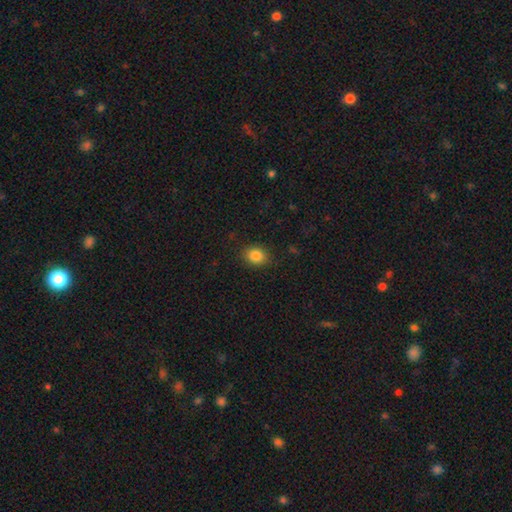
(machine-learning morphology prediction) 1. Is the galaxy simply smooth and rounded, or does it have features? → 85% smooth, 10% star or artifact, 5% featured or disk.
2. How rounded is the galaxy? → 58% round, 41% in between, 1% cigar-shaped.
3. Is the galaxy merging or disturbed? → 87% none, 9% minor disturbance, 3% major disturbance, 1% merger.